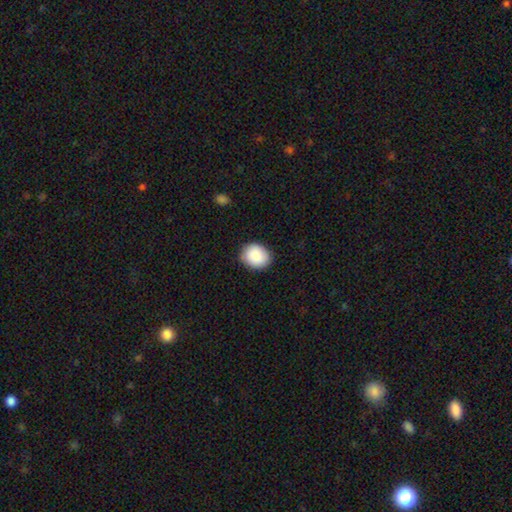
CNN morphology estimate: This appears to be a smooth galaxy with no disk features (89%) that is round (58%). Merging: none (85%).